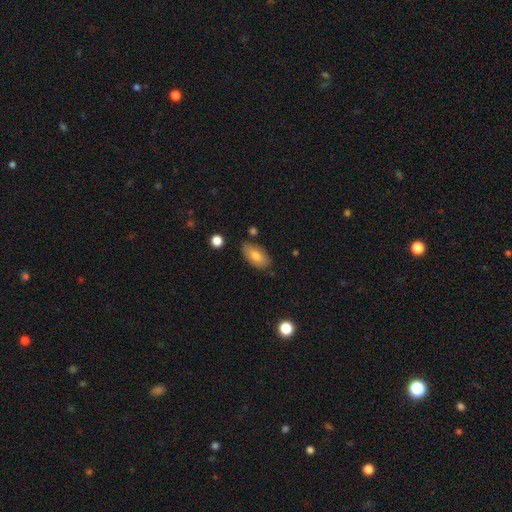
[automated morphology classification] Smooth or featured: smooth — 76% (featured or disk — 17%)
How rounded: in between — 92% (cigar-shaped — 5%)
Merging: none — 80% (minor disturbance — 15%)